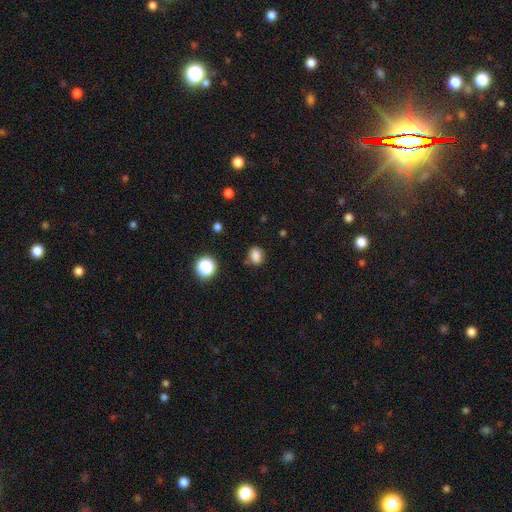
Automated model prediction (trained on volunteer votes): Smooth or featured?
  - smooth: 83% *
  - star or artifact: 12%
  - featured or disk: 5%
How rounded?
  - in between: 53% *
  - round: 45%
  - cigar-shaped: 1%
Merging?
  - none: 76% *
  - minor disturbance: 16%
  - major disturbance: 4%
  - merger: 4%